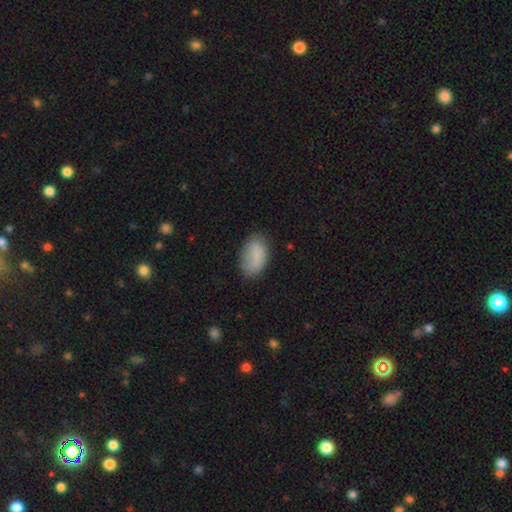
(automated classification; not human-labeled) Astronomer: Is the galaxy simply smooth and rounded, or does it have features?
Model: smooth — 85%.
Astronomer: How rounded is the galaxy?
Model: in between — 93%.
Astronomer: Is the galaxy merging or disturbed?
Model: none — 75%.